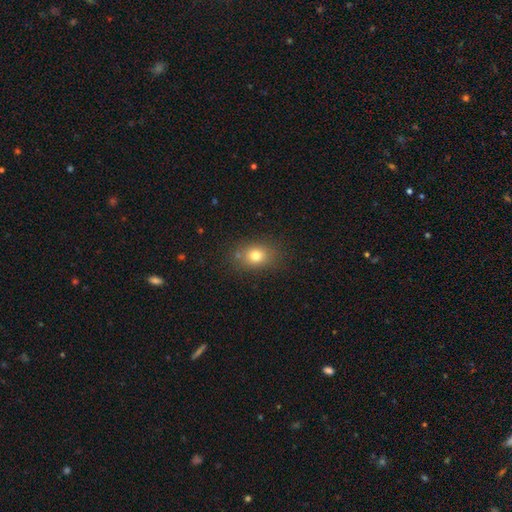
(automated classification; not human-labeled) Morphology: type=smooth (76%); roundness=in between (58%); merging=none (80%).